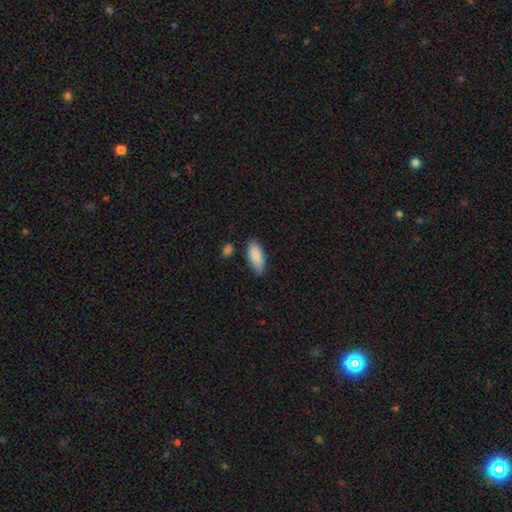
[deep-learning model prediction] A smooth galaxy with no disk features (88%) that is in between round and cigar-shaped (84%). Merging: none (75%).